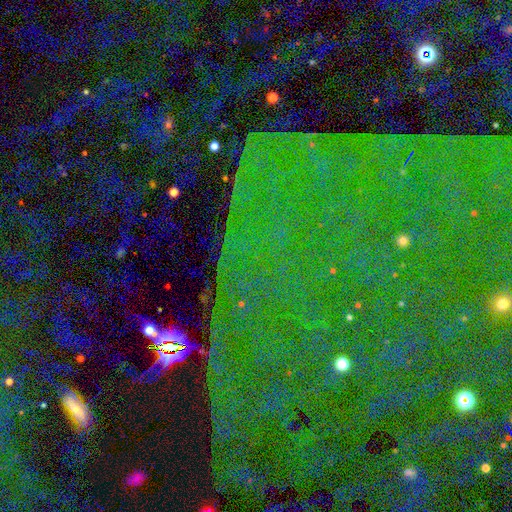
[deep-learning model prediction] The model was most divided on "smooth or featured": star or artifact: 85%, smooth: 8%, featured or disk: 7%.